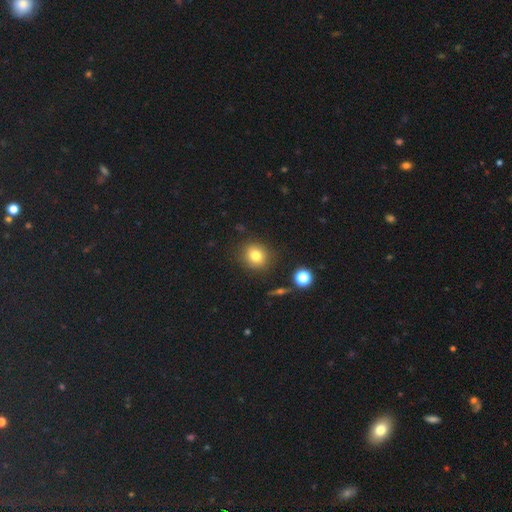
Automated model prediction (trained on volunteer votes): Smooth or featured?
  - smooth: 79% *
  - star or artifact: 13%
  - featured or disk: 8%
How rounded?
  - round: 81% *
  - in between: 18%
  - cigar-shaped: 1%
Merging?
  - none: 86% *
  - minor disturbance: 9%
  - major disturbance: 3%
  - merger: 2%